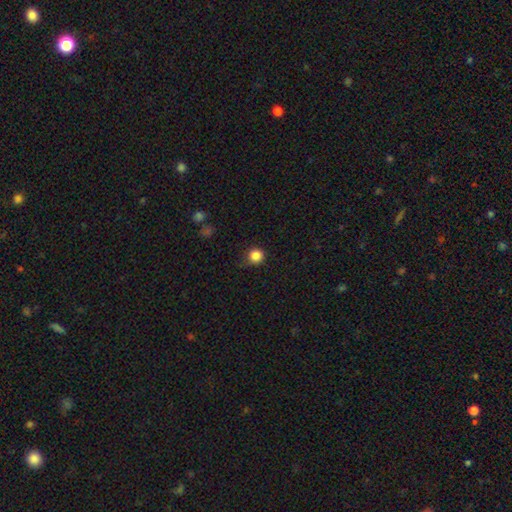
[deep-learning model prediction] smooth 85%, star or artifact 11%, featured or disk 4%. Down the decision tree: how rounded — round (92%); merging — none (80%).